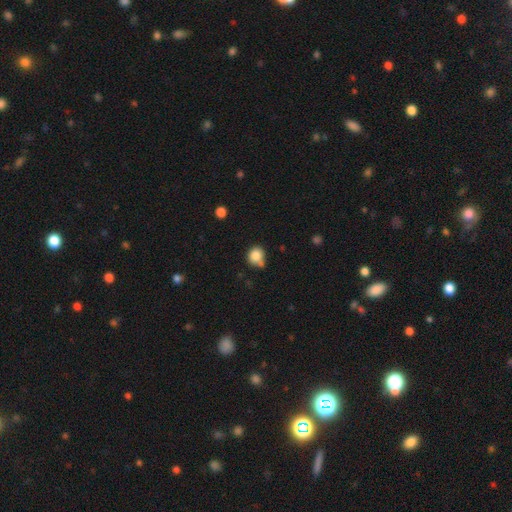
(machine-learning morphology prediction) Overall: smooth (83%). How rounded: round (82%). Merging: none (56%; minor disturbance 24%).